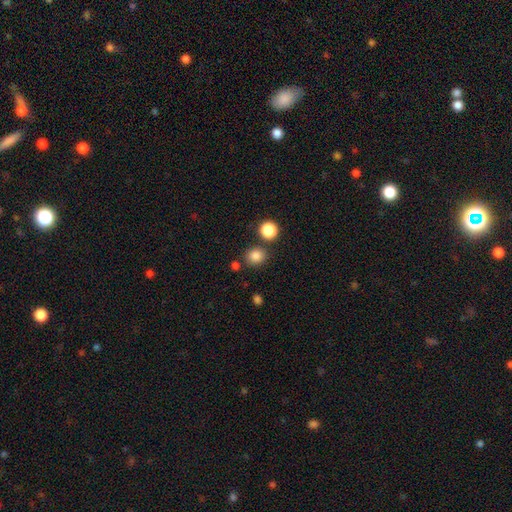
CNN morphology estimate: smooth_or_featured: smooth (p=0.83) [alt: star or artifact p=0.13]
how_rounded: round (p=0.79) [alt: in between p=0.20]
merging: none (p=0.79) [alt: minor disturbance p=0.09]